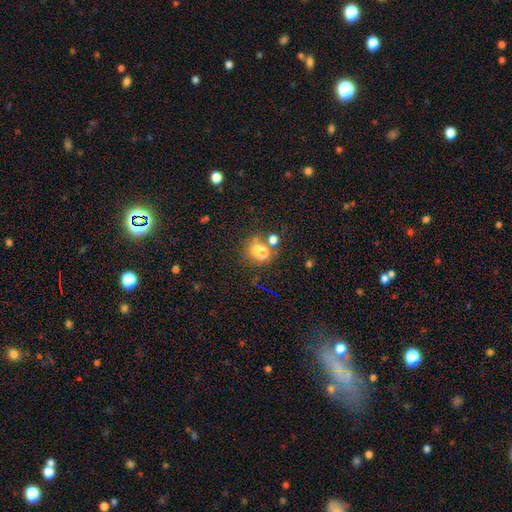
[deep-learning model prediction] Smooth or featured: smooth — 53% (star or artifact — 33%)
How rounded: round — 68% (in between — 30%)
Merging: none — 56% (merger — 26%)